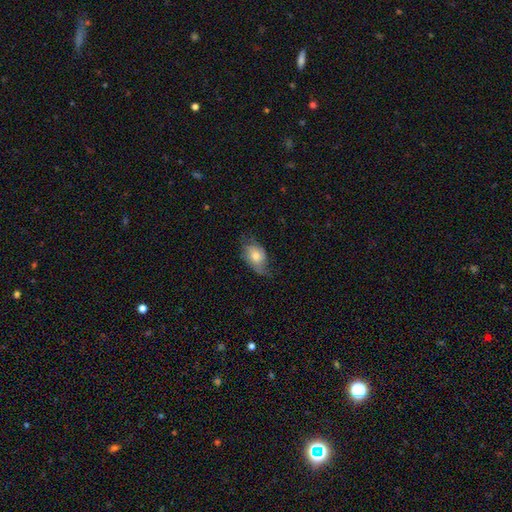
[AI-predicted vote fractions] A smooth galaxy with no disk features (60%) that is in between round and cigar-shaped (83%).

Vote fractions:
- Smooth or featured? smooth: 60% / featured or disk: 33% / star or artifact: 7%
- How rounded? in between: 83% / round: 15% / cigar-shaped: 2%
- Merging? none: 50% / minor disturbance: 34% / major disturbance: 15% / merger: 1%